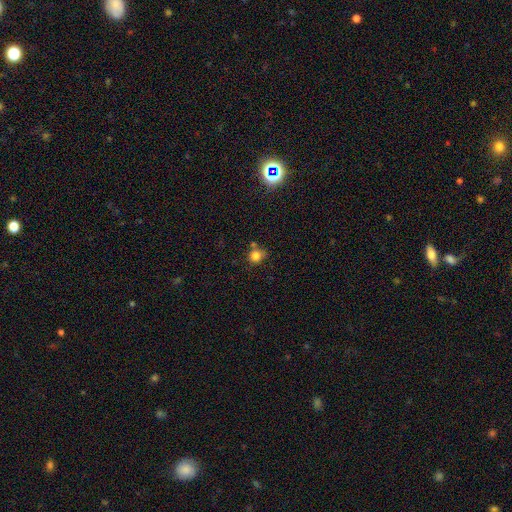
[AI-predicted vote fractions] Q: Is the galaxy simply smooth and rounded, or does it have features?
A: smooth — 81%.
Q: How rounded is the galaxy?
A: round — 81%.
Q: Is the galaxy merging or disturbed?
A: none — 61%.